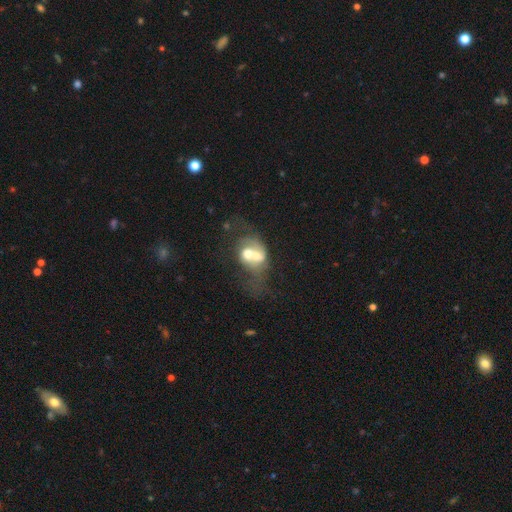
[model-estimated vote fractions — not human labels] This appears to be a featured or disk galaxy (49%). Merging: merger (73%).